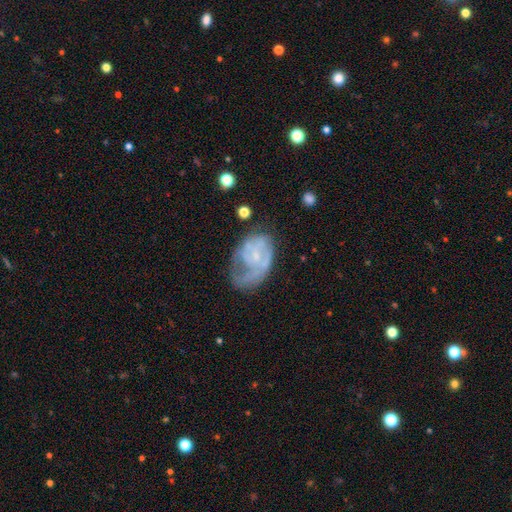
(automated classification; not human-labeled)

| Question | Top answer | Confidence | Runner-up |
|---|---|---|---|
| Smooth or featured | featured or disk | 68% | smooth (24%) |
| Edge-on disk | no | 97% | yes (3%) |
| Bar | no | 67% | weak (28%) |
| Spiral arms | yes | 71% | no (29%) |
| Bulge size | small | 59% | none (22%) |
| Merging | none | 37% | major disturbance (33%) |